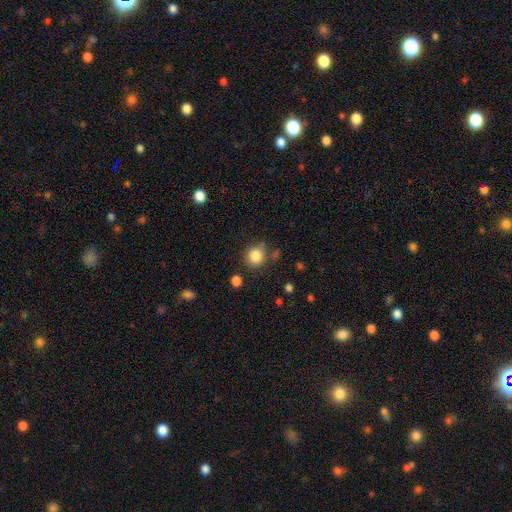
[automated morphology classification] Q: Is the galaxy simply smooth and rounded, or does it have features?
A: smooth — 85%.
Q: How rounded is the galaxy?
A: round — 87%.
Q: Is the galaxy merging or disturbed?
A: none — 76%.